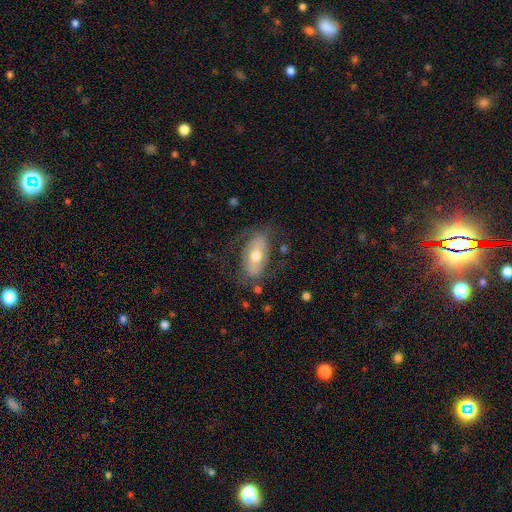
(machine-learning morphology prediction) This is possibly a featured or disk galaxy (55%). It is clearly not viewed edge-on (87%). Merging: likely none (63%).